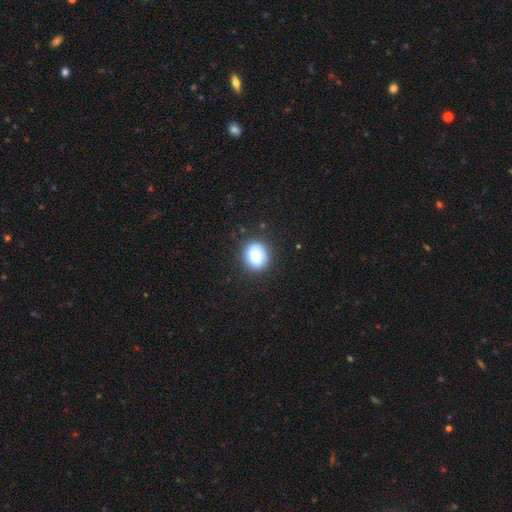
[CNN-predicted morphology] Smooth or featured? smooth (82%)
How rounded? round (67%)
Merging? none (83%)